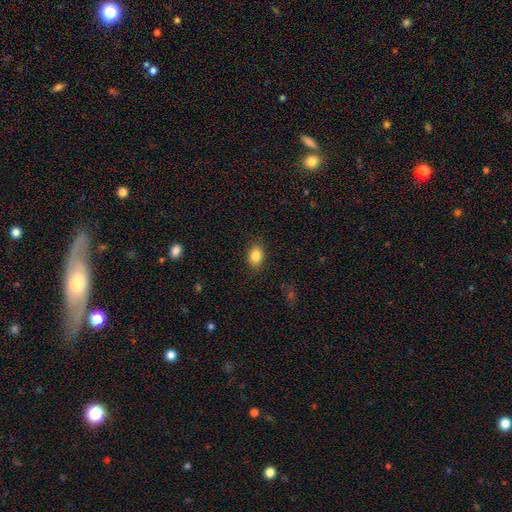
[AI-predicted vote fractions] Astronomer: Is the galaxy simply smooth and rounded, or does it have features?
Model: smooth — 85%.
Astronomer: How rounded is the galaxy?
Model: in between — 73%.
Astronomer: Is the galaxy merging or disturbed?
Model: none — 87%.